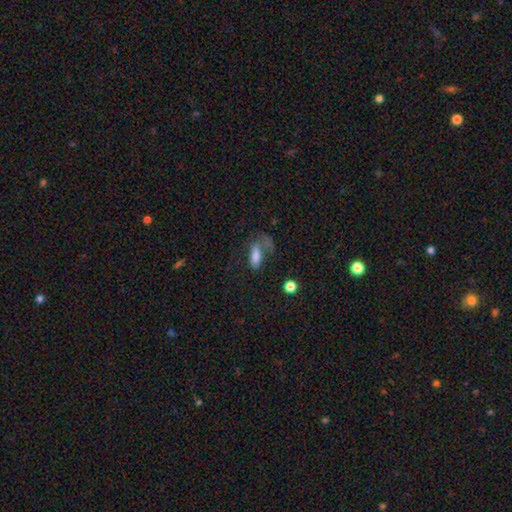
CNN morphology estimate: A smooth galaxy with no disk features (73%) that is in between round and cigar-shaped (72%).

Vote fractions:
- Smooth or featured? smooth: 73% / featured or disk: 16% / star or artifact: 11%
- How rounded? in between: 72% / cigar-shaped: 22% / round: 5%
- Merging? major disturbance: 36% / none: 35% / minor disturbance: 20% / merger: 9%